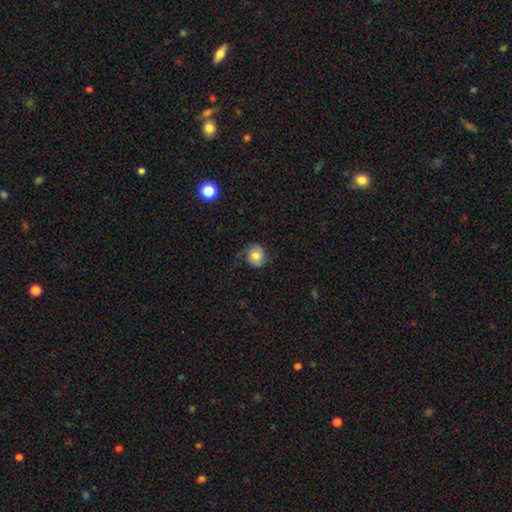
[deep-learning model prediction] Overall: smooth (55%; featured or disk 36%). How rounded: round (73%). Merging: none (62%; minor disturbance 23%).